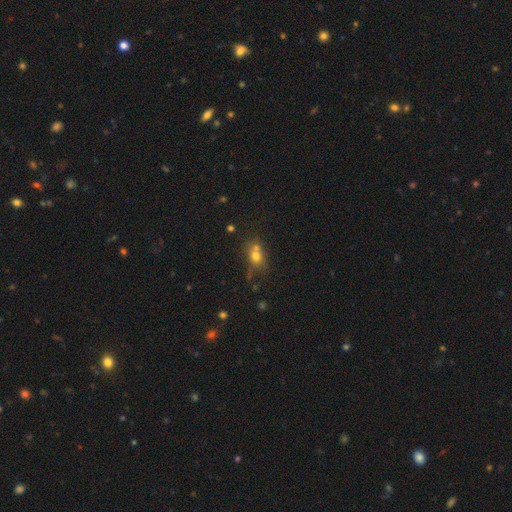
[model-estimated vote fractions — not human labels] Morphology: type=smooth (68%); roundness=round (54%); merging=none (46%).